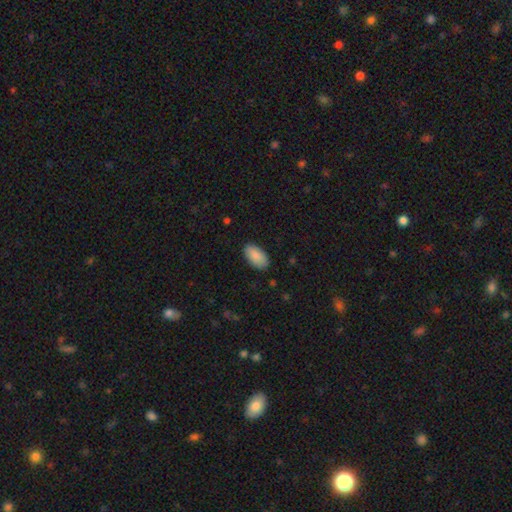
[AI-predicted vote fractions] smooth 89%, star or artifact 6%, featured or disk 5%. Down the decision tree: how rounded — in between (95%); merging — none (86%).